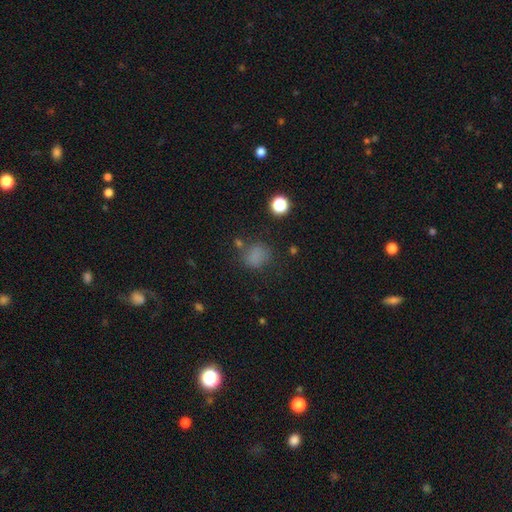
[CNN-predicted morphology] Smooth or featured? Predicted: smooth (p=0.73). How rounded? Predicted: round (p=0.64). Merging? Predicted: none (p=0.67).